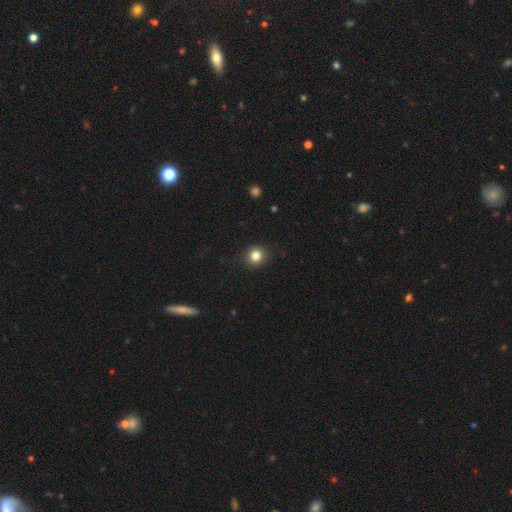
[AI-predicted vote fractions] Smooth or featured?
  - smooth: 82% *
  - star or artifact: 12%
  - featured or disk: 6%
How rounded?
  - round: 88% *
  - in between: 11%
  - cigar-shaped: 1%
Merging?
  - none: 89% *
  - minor disturbance: 8%
  - major disturbance: 2%
  - merger: 1%